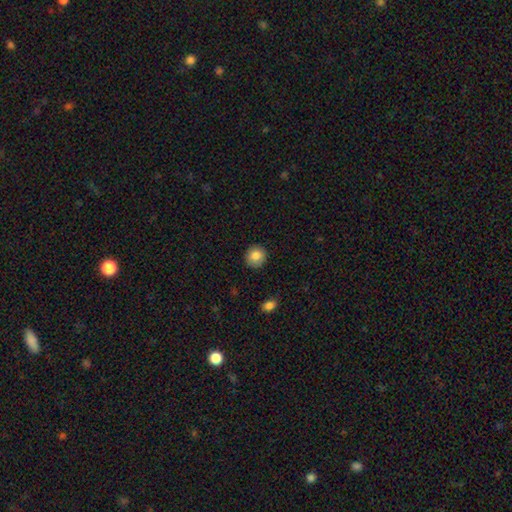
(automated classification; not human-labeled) The model was most divided on "smooth or featured": smooth: 83%, star or artifact: 9%, featured or disk: 8%. More confident: merging — none (90%); how rounded — round (89%).